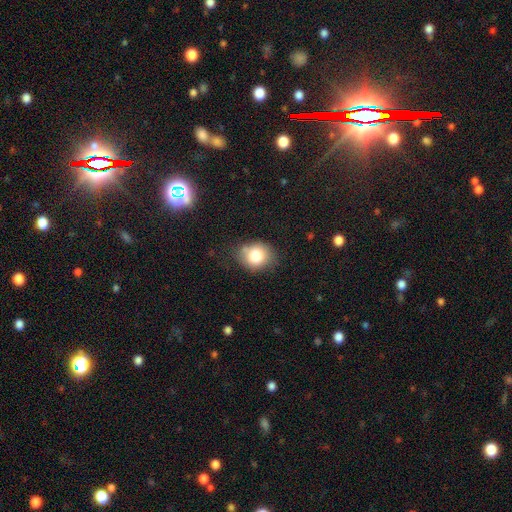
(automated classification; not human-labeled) smooth_or_featured: smooth (p=0.80) [alt: featured or disk p=0.10]
how_rounded: round (p=0.63) [alt: in between p=0.36]
merging: none (p=0.70) [alt: minor disturbance p=0.22]